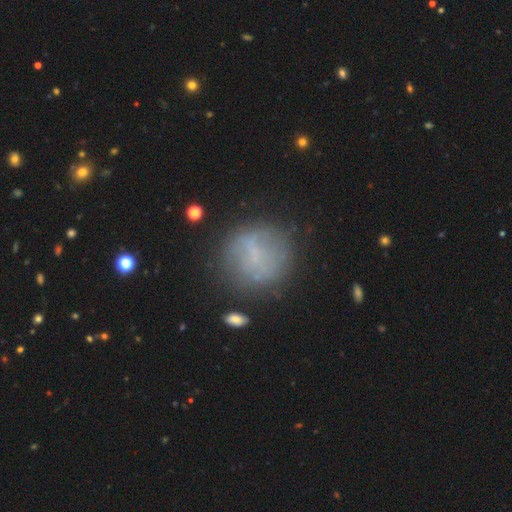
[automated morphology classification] Smooth or featured?
  - smooth: 56% *
  - featured or disk: 31%
  - star or artifact: 13%
How rounded?
  - round: 88% *
  - in between: 10%
  - cigar-shaped: 1%
Merging?
  - none: 70% *
  - minor disturbance: 17%
  - major disturbance: 9%
  - merger: 4%